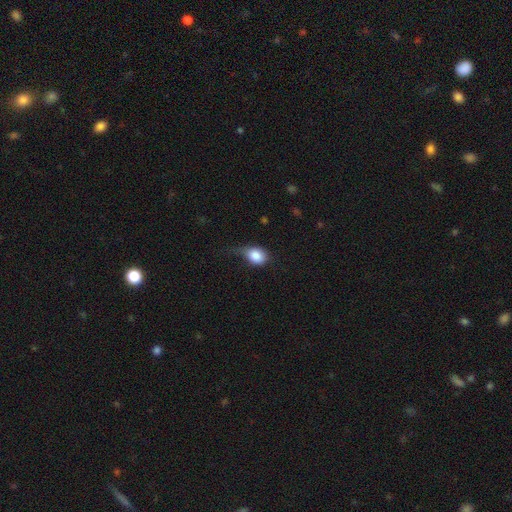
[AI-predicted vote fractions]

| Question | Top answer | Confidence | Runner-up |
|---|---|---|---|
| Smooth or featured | smooth | 82% | featured or disk (10%) |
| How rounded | in between | 56% | round (42%) |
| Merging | minor disturbance | 41% | none (29%) |